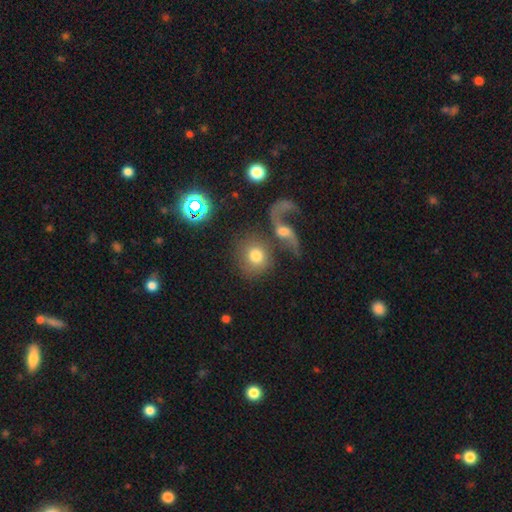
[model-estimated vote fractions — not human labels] Smooth or featured: smooth — 65% (featured or disk — 25%)
How rounded: round — 81% (in between — 17%)
Merging: none — 44% (merger — 34%)